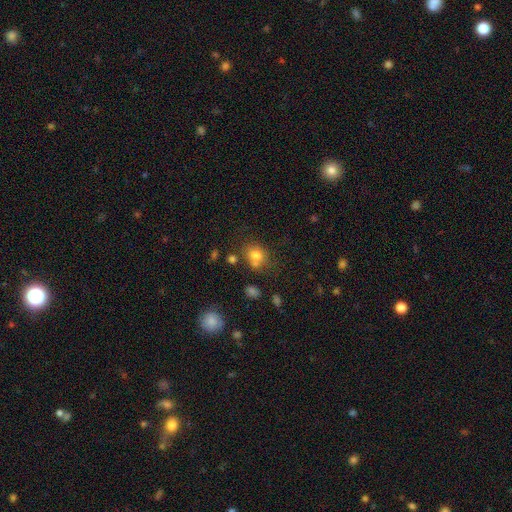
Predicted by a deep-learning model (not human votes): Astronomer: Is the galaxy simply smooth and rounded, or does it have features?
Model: smooth — 76%.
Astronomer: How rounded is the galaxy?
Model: round — 67%.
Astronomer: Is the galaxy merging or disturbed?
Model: none — 59%.